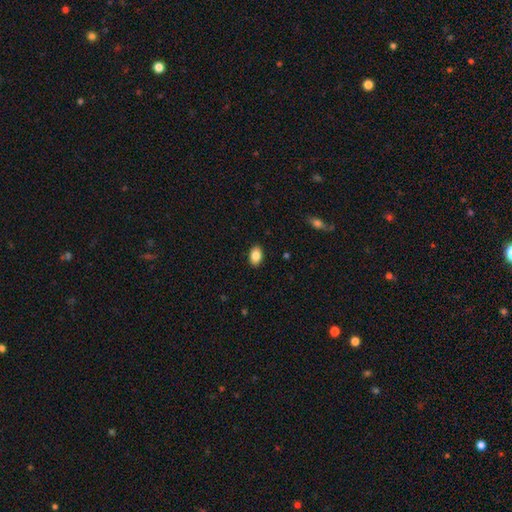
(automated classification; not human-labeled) smooth_or_featured: smooth (p=0.86) [alt: star or artifact p=0.08]
how_rounded: in between (p=0.89) [alt: round p=0.10]
merging: none (p=0.90) [alt: minor disturbance p=0.08]